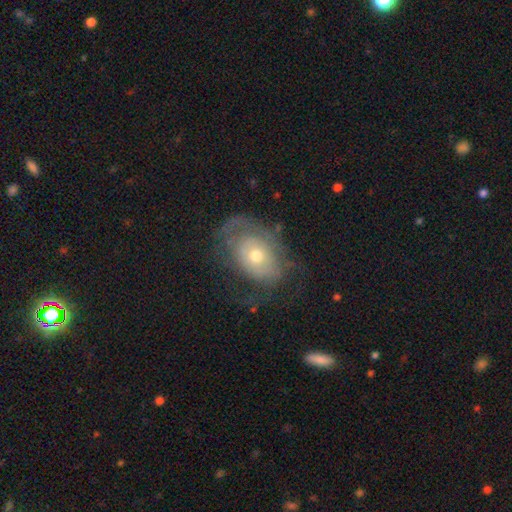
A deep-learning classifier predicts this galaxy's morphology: smooth_or_featured: featured or disk (p=0.59) [alt: smooth p=0.33]
disk_edge_on: no (p=0.94) [alt: yes p=0.06]
bar: no (p=0.85) [alt: weak p=0.12]
has_spiral_arms: yes (p=0.57) [alt: no p=0.43]
bulge_size: moderate (p=0.60) [alt: small p=0.34]
merging: none (p=0.49) [alt: major disturbance p=0.25]